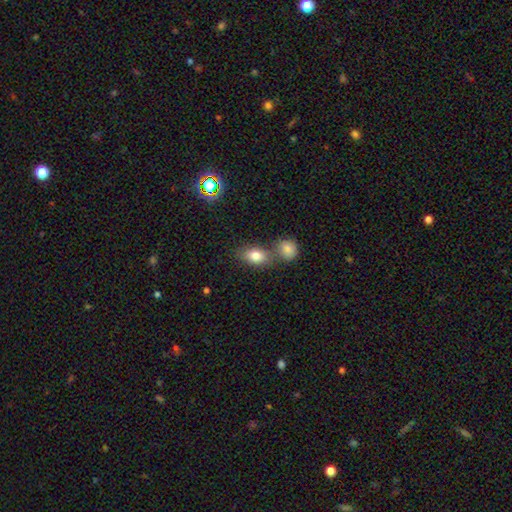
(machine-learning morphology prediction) smooth_or_featured: smooth (p=0.80) [alt: featured or disk p=0.10]
how_rounded: in between (p=0.77) [alt: round p=0.20]
merging: none (p=0.52) [alt: merger p=0.32]